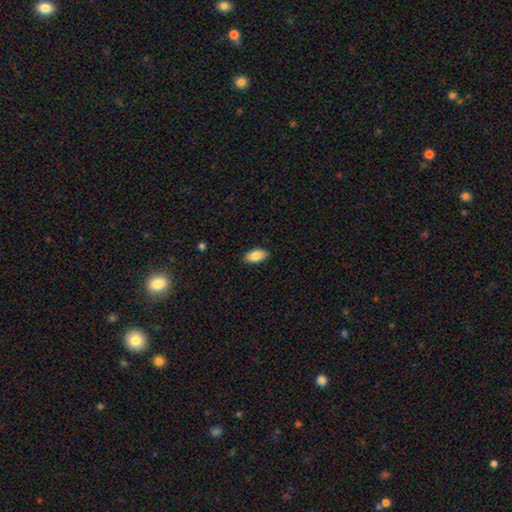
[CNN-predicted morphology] type=smooth (86%); roundness=in between (93%); merging=none (88%).